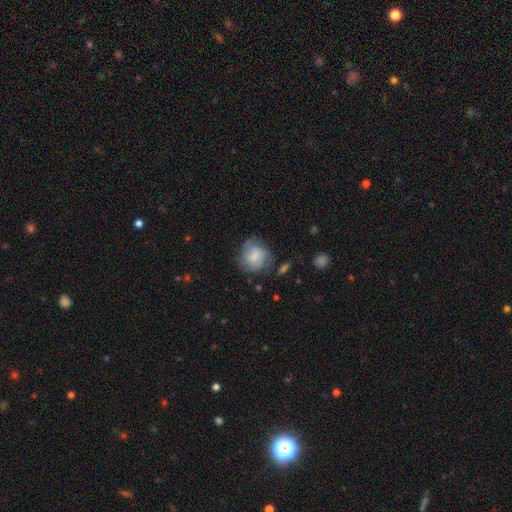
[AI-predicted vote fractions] Smooth or featured: smooth — 50% (featured or disk — 42%)
How rounded: round — 79% (in between — 20%)
Merging: none — 63% (minor disturbance — 23%)